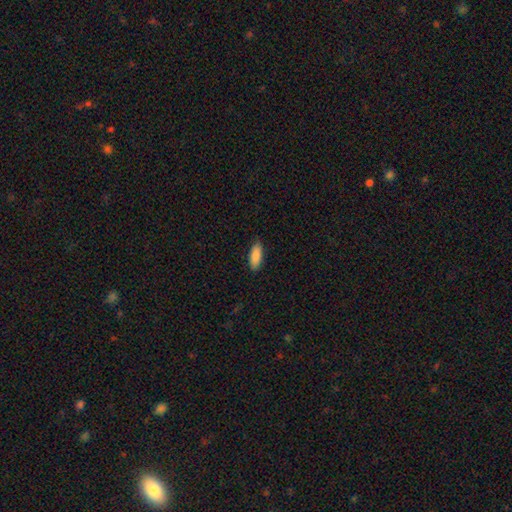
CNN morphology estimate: Smooth or featured? Predicted: smooth (p=0.89). How rounded? Predicted: in between (p=0.73). Merging? Predicted: none (p=0.87).